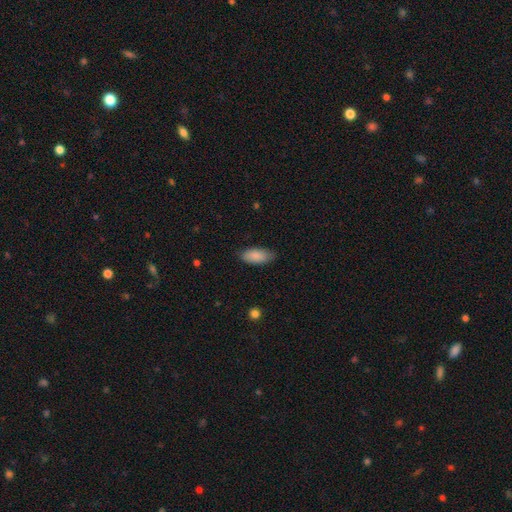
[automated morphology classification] Q: Smooth or featured?
A: smooth (88%); runner-up: star or artifact (6%)
Q: How rounded?
A: in between (88%); runner-up: cigar-shaped (10%)
Q: Merging?
A: none (81%); runner-up: minor disturbance (15%)